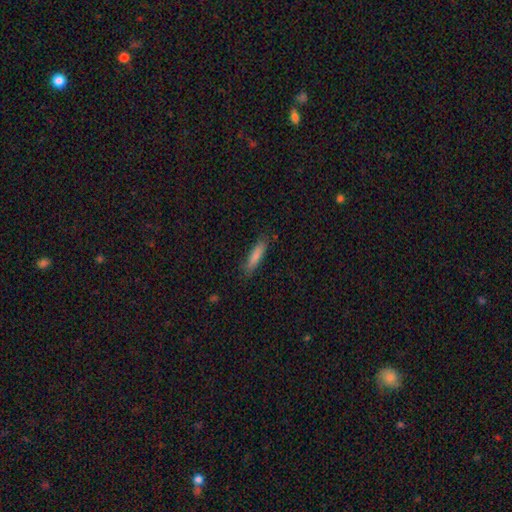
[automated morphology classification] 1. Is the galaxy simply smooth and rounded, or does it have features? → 82% smooth, 11% featured or disk, 6% star or artifact.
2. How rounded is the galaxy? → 78% cigar-shaped, 21% in between, 1% round.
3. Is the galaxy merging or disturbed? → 83% none, 13% minor disturbance, 3% major disturbance, 1% merger.